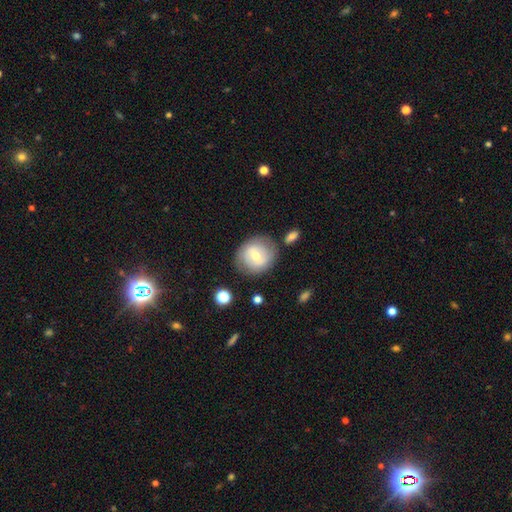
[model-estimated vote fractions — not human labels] smooth-or-featured: smooth: 54% | featured or disk: 38% | star or artifact: 8%
  how-rounded: round: 84% | in between: 15% | cigar-shaped: 1%
  merging: none: 78% | minor disturbance: 13% | major disturbance: 5% | merger: 4%